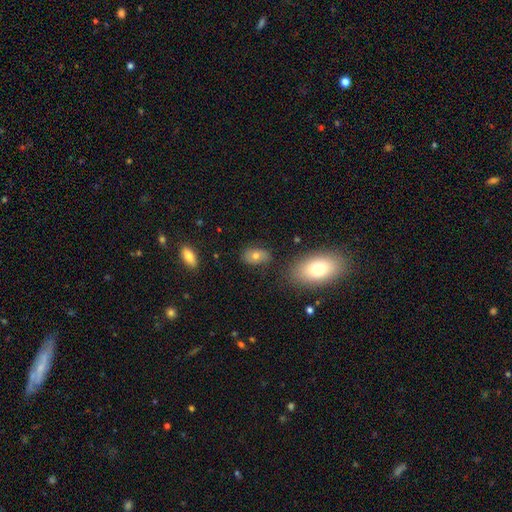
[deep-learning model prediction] Smooth or featured?
  - smooth: 70% *
  - featured or disk: 19%
  - star or artifact: 11%
How rounded?
  - in between: 85% *
  - round: 13%
  - cigar-shaped: 2%
Merging?
  - none: 74% *
  - minor disturbance: 17%
  - major disturbance: 5%
  - merger: 4%